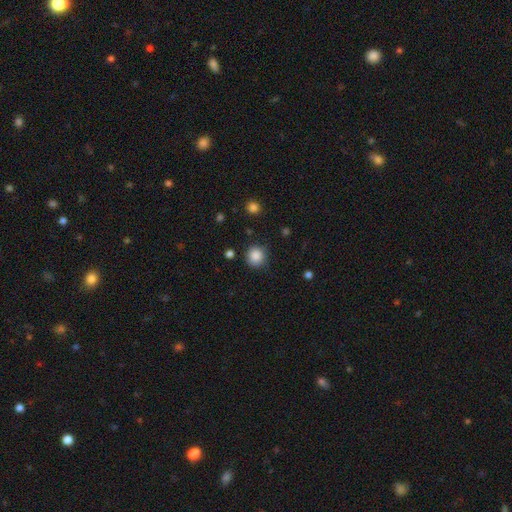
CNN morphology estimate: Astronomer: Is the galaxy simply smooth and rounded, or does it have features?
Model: smooth — 87%.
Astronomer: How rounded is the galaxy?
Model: round — 93%.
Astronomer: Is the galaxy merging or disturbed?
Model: none — 86%.